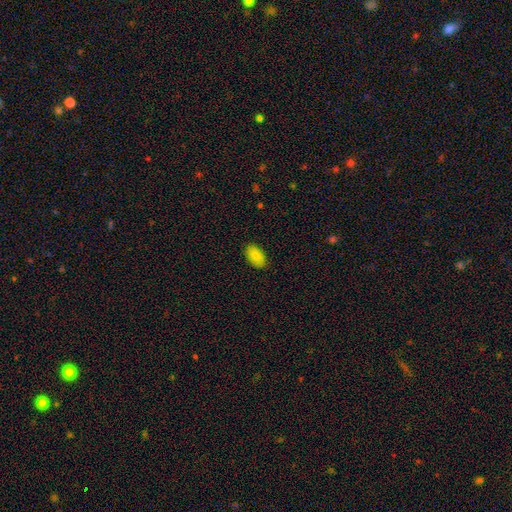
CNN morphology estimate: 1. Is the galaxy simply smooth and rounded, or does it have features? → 88% smooth, 8% star or artifact, 4% featured or disk.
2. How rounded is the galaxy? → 94% in between, 4% round, 2% cigar-shaped.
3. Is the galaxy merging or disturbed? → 87% none, 10% minor disturbance, 2% major disturbance, 1% merger.